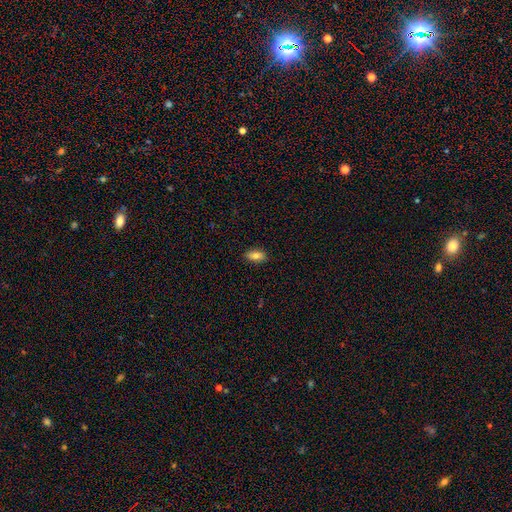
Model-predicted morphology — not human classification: Smooth or featured? smooth (81%)
How rounded? in between (86%)
Merging? none (88%)